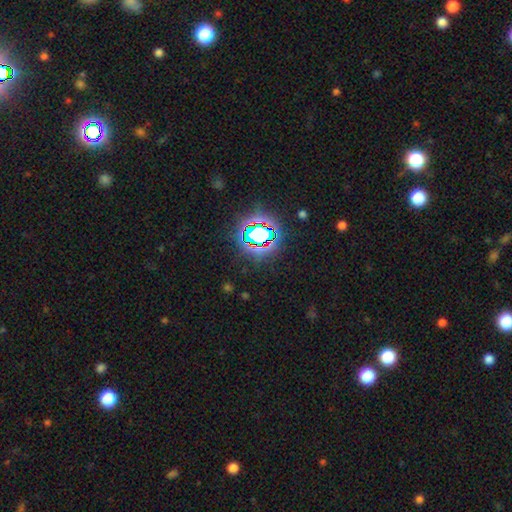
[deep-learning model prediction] Smooth or featured?
  - star or artifact: 81% *
  - smooth: 12%
  - featured or disk: 7%